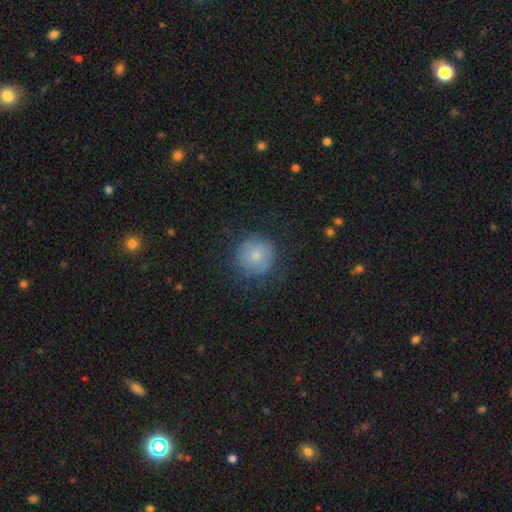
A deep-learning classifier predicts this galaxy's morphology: Smooth or featured? smooth (71%)
How rounded? round (92%)
Merging? none (72%)